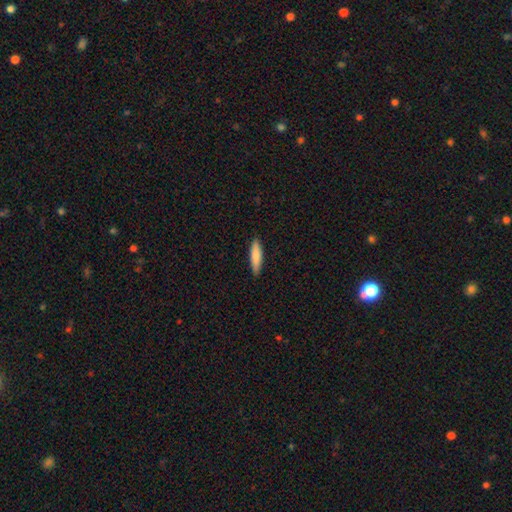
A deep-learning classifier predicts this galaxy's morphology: smooth_or_featured: smooth (p=0.85) [alt: featured or disk p=0.10]
how_rounded: cigar-shaped (p=0.74) [alt: in between p=0.24]
merging: none (p=0.89) [alt: minor disturbance p=0.09]